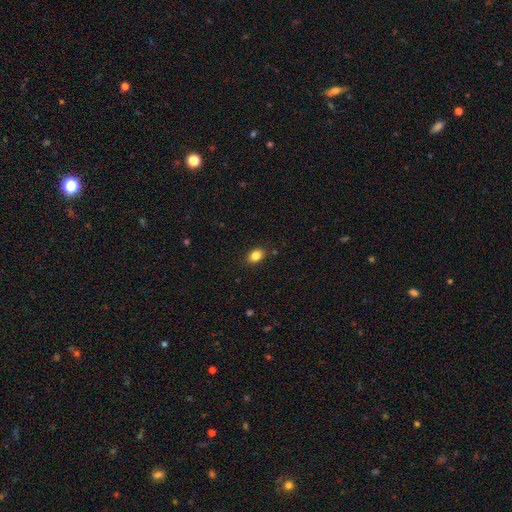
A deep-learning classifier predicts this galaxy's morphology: The model was most divided on "how rounded": in between: 74%, round: 25%, cigar-shaped: 1%. More confident: merging — none (87%); smooth or featured — smooth (85%).